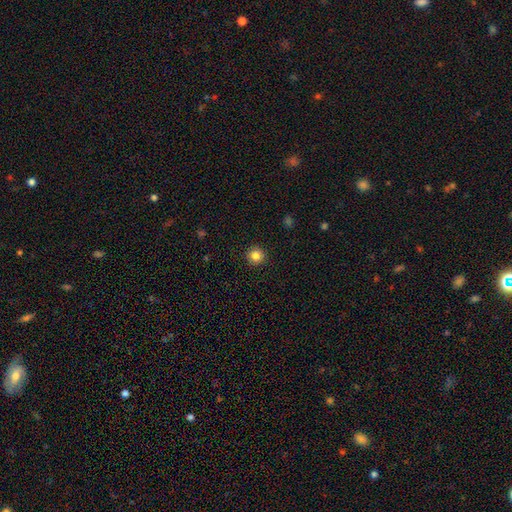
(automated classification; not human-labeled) Smooth or featured? Predicted: smooth (p=0.84). How rounded? Predicted: round (p=0.95). Merging? Predicted: none (p=0.92).